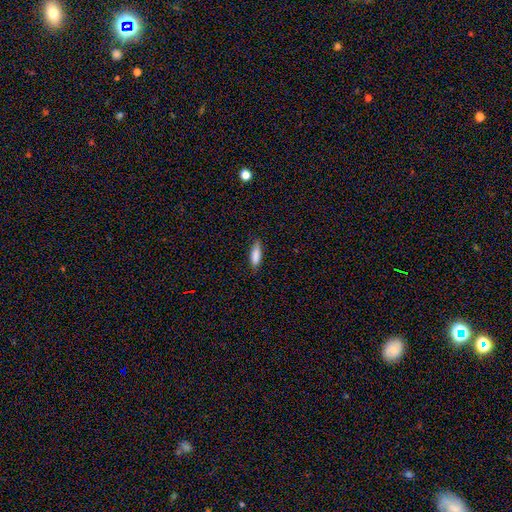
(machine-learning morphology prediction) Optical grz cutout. It shows a smooth galaxy with no disk features (86%) that is in between round and cigar-shaped (52%). Merging: none (80%).